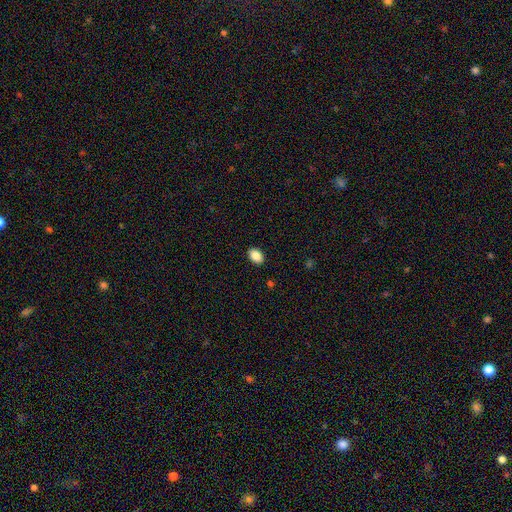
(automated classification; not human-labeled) smooth_or_featured: smooth (p=0.87) [alt: star or artifact p=0.08]
how_rounded: in between (p=0.83) [alt: round p=0.16]
merging: none (p=0.90) [alt: minor disturbance p=0.08]